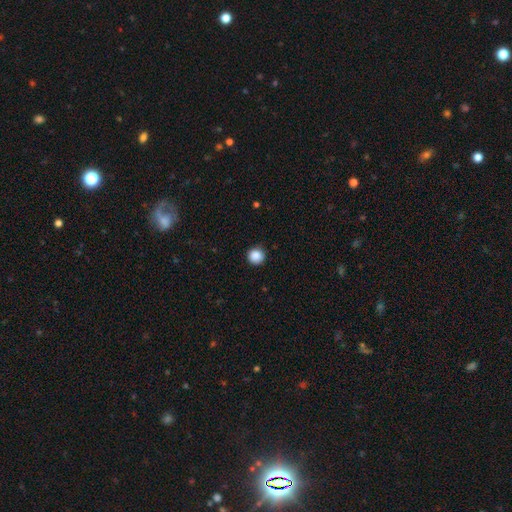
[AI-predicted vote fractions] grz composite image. It shows a smooth galaxy with no disk features (88%) that is round (94%). Merging: none (90%).